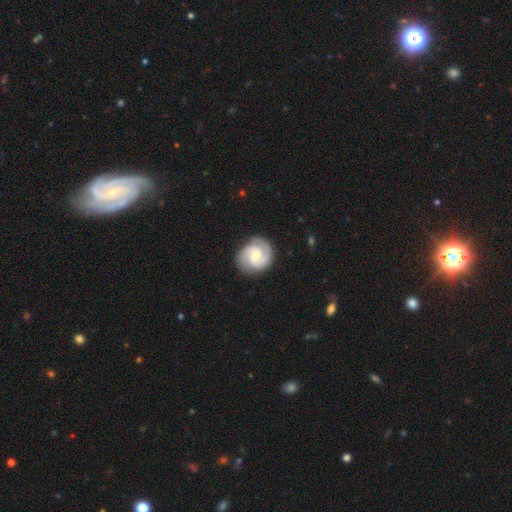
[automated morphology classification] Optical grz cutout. It shows a featured or disk galaxy (82%) with a weak bar (48%), 2 (86%) tight (49%) spiral arms (97%) and a small central bulge (53%). Merging: none (84%).